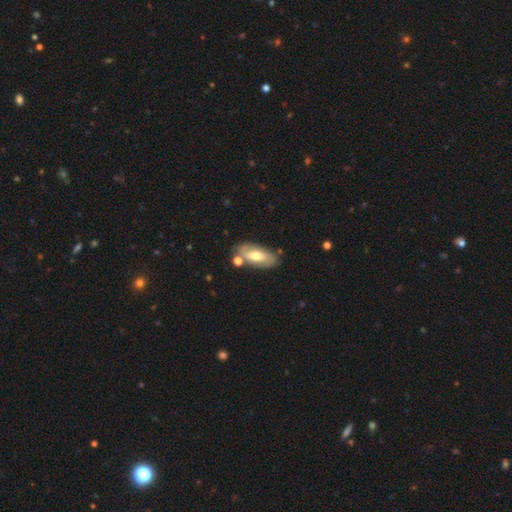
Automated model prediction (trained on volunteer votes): A smooth galaxy with no disk features (50%) that is in between round and cigar-shaped (84%).

Vote fractions:
- Smooth or featured? smooth: 50% / featured or disk: 43% / star or artifact: 6%
- How rounded? in between: 84% / cigar-shaped: 13% / round: 3%
- Merging? none: 69% / minor disturbance: 16% / merger: 11% / major disturbance: 4%